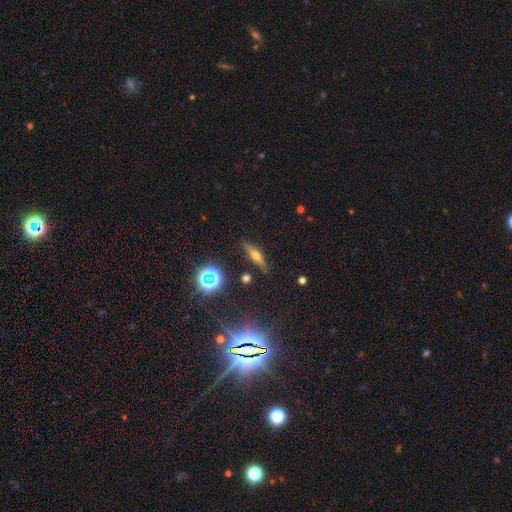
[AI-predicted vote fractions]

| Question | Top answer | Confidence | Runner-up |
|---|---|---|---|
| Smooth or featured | featured or disk | 47% | smooth (38%) |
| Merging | none | 85% | minor disturbance (10%) |